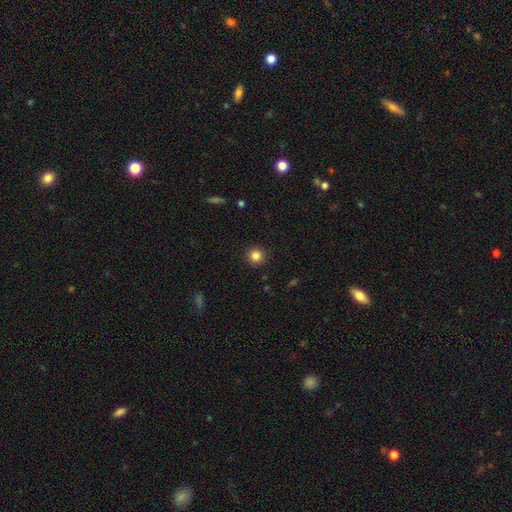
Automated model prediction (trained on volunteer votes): A smooth galaxy with no disk features (84%) that is round (95%).

Vote fractions:
- Smooth or featured? smooth: 84% / star or artifact: 11% / featured or disk: 5%
- How rounded? round: 95% / in between: 4% / cigar-shaped: 1%
- Merging? none: 92% / minor disturbance: 5% / major disturbance: 2% / merger: 1%